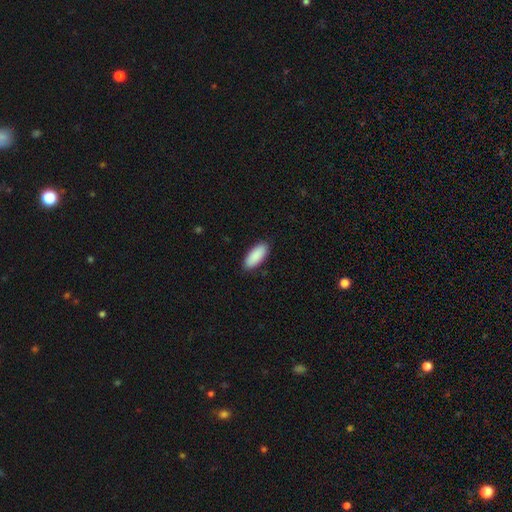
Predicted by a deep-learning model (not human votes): Q: Smooth or featured?
A: smooth (91%); runner-up: star or artifact (5%)
Q: How rounded?
A: in between (85%); runner-up: cigar-shaped (14%)
Q: Merging?
A: none (89%); runner-up: minor disturbance (8%)